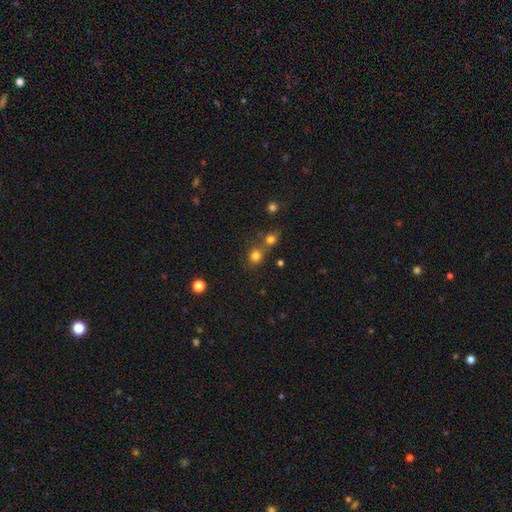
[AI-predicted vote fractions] Smooth or featured? smooth (76%)
How rounded? round (83%)
Merging? none (50%)